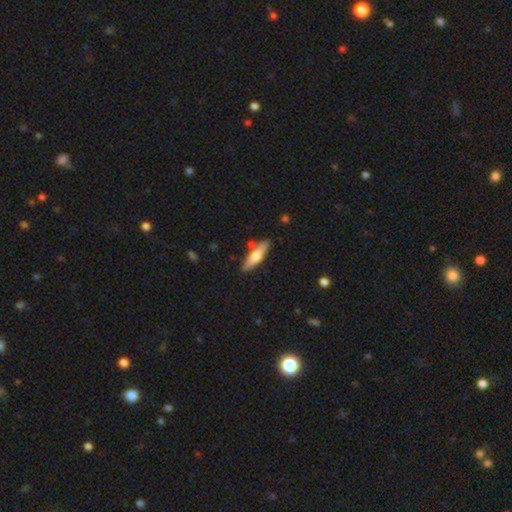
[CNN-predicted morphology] Smooth or featured: smooth — 60% (featured or disk — 34%)
How rounded: cigar-shaped — 68% (in between — 30%)
Merging: none — 81% (minor disturbance — 11%)